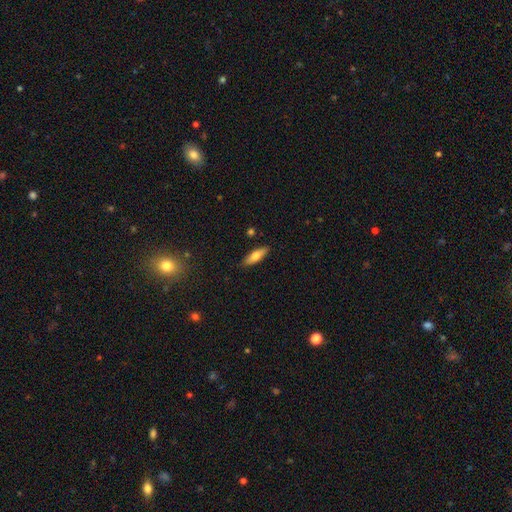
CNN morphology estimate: Smooth or featured: smooth — 69% (featured or disk — 25%)
How rounded: cigar-shaped — 49% (tied with in between — 49%)
Merging: none — 86% (minor disturbance — 10%)